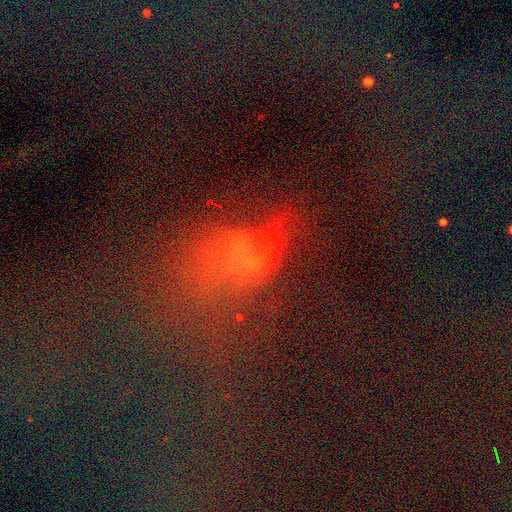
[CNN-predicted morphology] smooth-or-featured: star or artifact: 44% | featured or disk: 30% | smooth: 26%